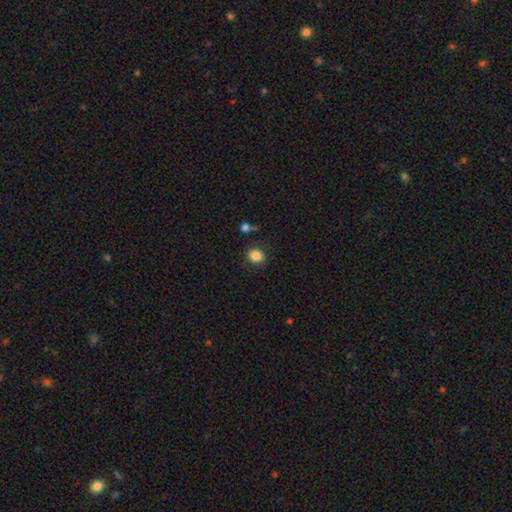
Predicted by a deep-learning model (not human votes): This is clearly a smooth galaxy (85%). How rounded: likely round (68%). Merging: clearly none (82%).